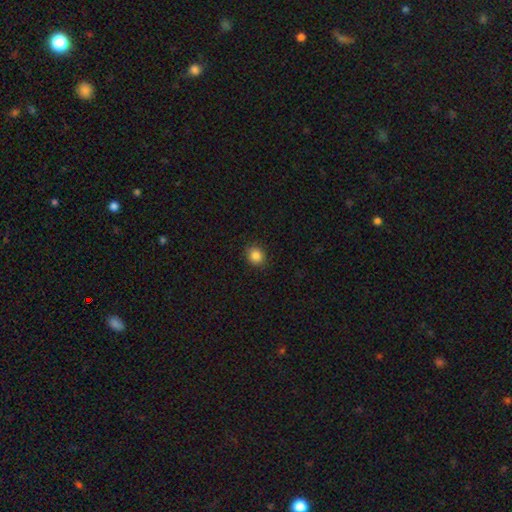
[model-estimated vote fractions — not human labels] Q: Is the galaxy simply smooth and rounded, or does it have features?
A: smooth — 86%.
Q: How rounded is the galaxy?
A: round — 81%.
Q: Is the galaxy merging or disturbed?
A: none — 90%.